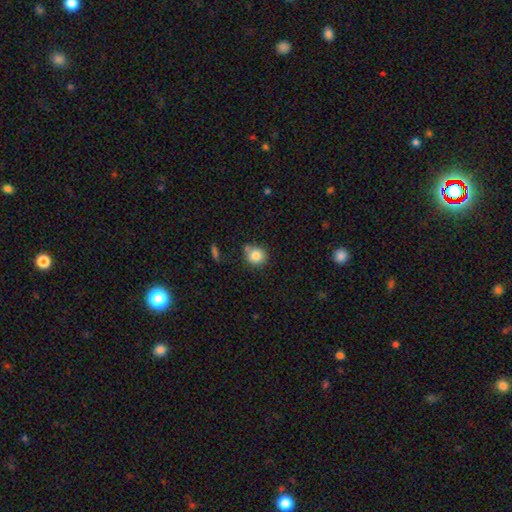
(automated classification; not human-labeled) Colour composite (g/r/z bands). It shows a smooth galaxy with no disk features (83%) that is round (88%). Merging: none (70%).